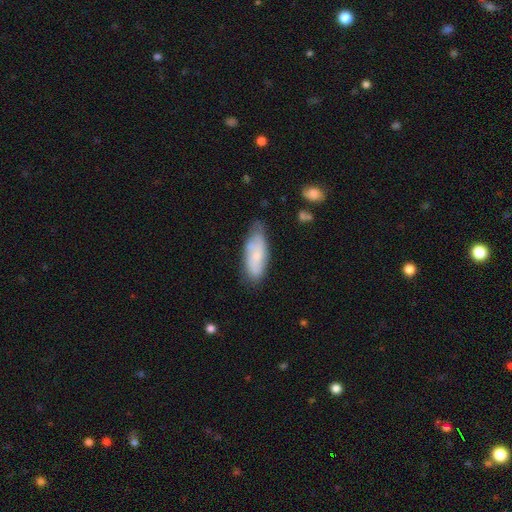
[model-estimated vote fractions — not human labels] Morphology: type=smooth (58%); roundness=in between (73%); merging=none (63%).